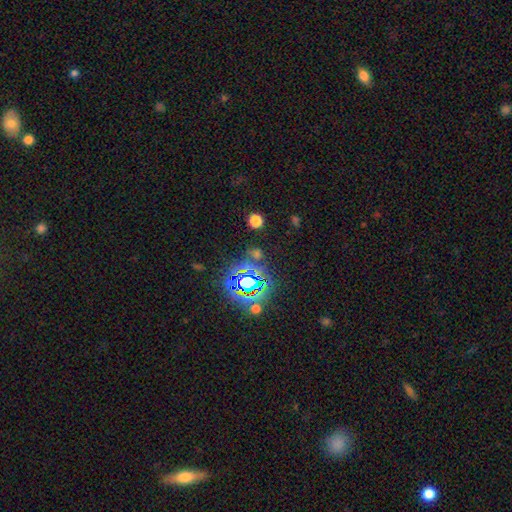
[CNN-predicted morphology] This is likely a star or artifact rather than a galaxy (72%).